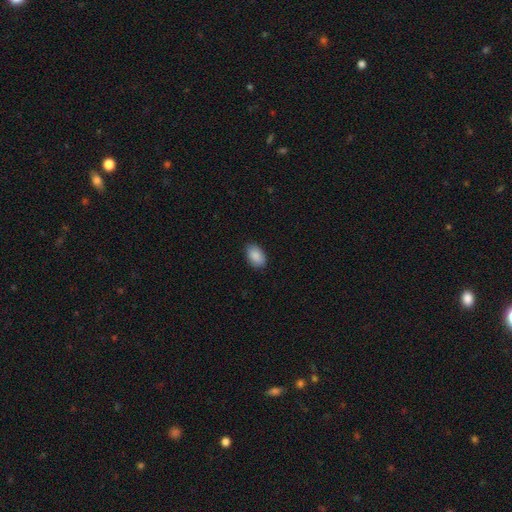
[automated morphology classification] type=smooth (89%); roundness=in between (91%); merging=none (86%).